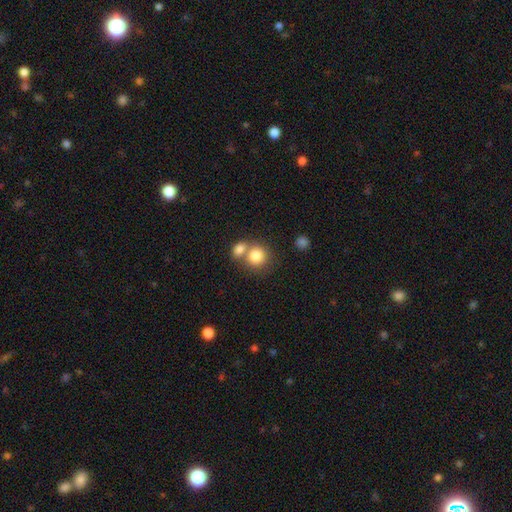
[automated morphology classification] Q: Smooth or featured?
A: smooth (81%); runner-up: featured or disk (10%)
Q: How rounded?
A: round (82%); runner-up: in between (17%)
Q: Merging?
A: merger (48%); runner-up: none (42%)